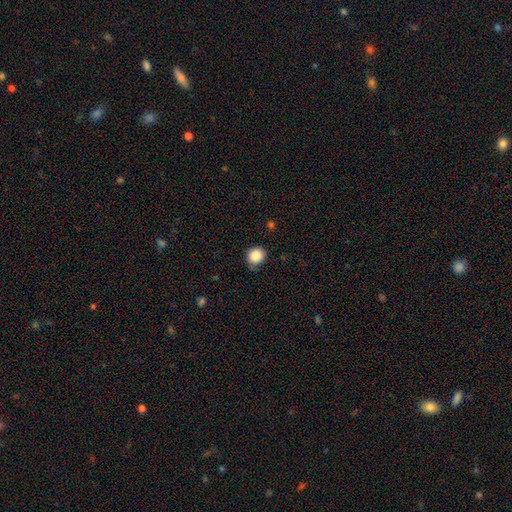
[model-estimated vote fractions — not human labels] Smooth or featured? Predicted: smooth (p=0.87). How rounded? Predicted: round (p=0.87). Merging? Predicted: none (p=0.79).